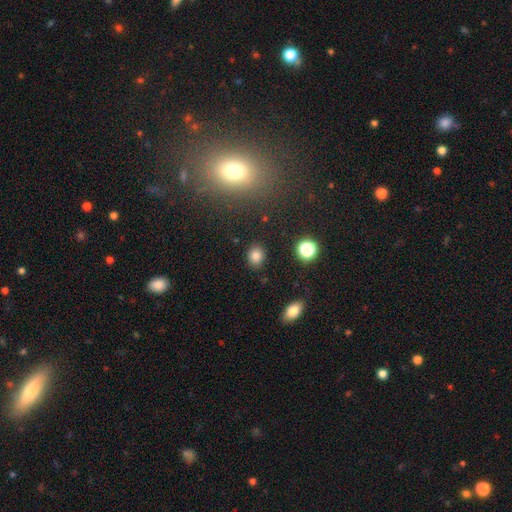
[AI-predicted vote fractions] Smooth or featured? smooth (83%)
How rounded? round (56%)
Merging? none (86%)